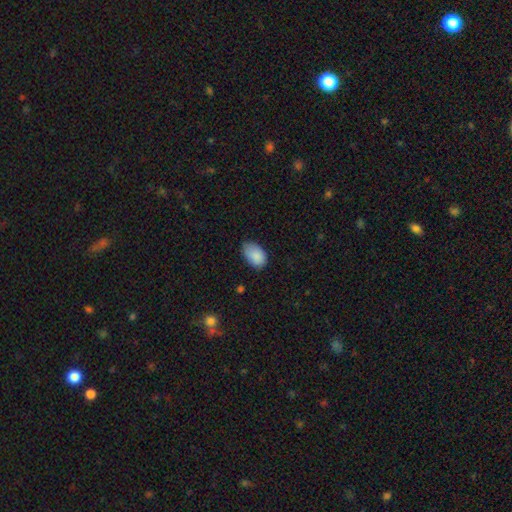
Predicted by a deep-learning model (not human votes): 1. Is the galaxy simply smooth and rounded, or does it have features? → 88% smooth, 7% star or artifact, 5% featured or disk.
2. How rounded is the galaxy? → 91% in between, 7% round, 1% cigar-shaped.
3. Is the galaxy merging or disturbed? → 64% none, 30% minor disturbance, 5% major disturbance, 1% merger.